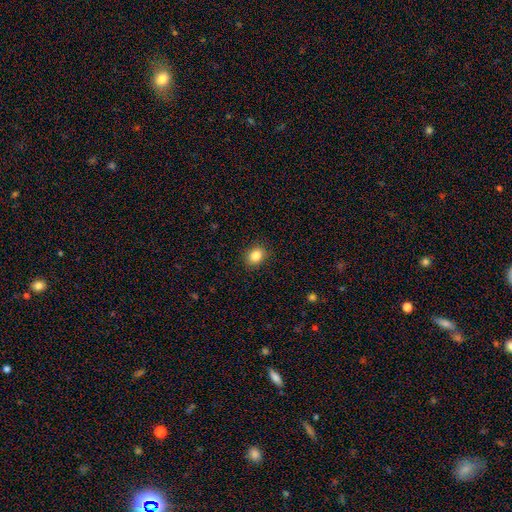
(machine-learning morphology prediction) A smooth galaxy with no disk features (85%) that is round (53%). Merging: none (89%).